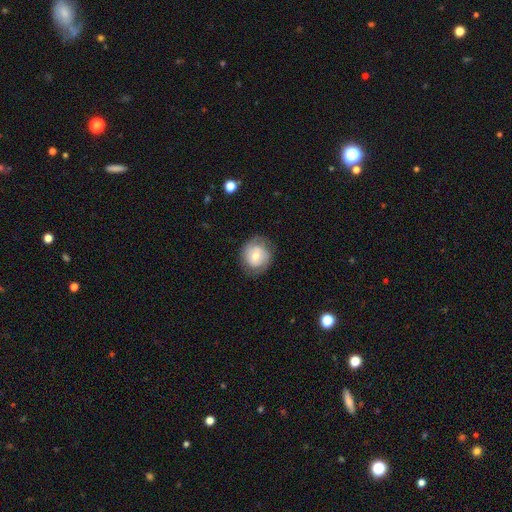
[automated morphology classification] Smooth or featured? smooth (51%)
How rounded? round (83%)
Merging? none (75%)